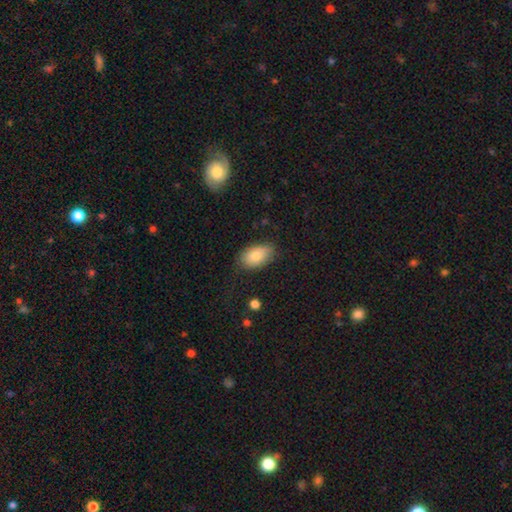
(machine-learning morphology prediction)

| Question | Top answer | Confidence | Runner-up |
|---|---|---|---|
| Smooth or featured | smooth | 81% | featured or disk (12%) |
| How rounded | in between | 91% | round (7%) |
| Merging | none | 71% | minor disturbance (22%) |